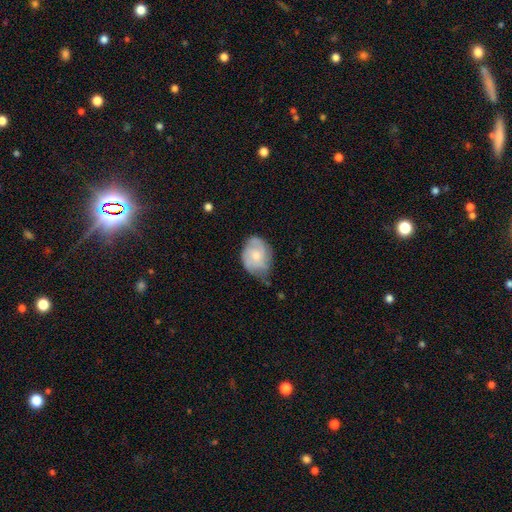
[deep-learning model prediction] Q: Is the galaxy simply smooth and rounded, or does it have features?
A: featured or disk — 52%.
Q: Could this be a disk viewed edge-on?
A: no — 97%.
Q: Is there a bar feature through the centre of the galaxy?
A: no — 77%.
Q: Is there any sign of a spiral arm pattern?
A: yes — 78%.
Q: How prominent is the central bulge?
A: moderate — 46%, tied with small.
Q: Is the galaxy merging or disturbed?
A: none — 51%.